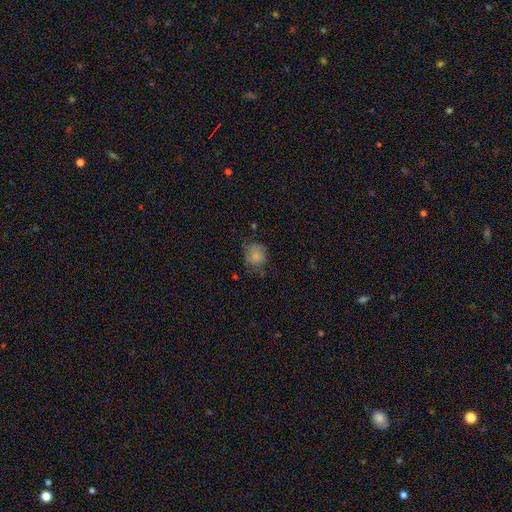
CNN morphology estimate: A smooth galaxy with no disk features (74%) that is round (74%).

Vote fractions:
- Smooth or featured? smooth: 74% / featured or disk: 16% / star or artifact: 10%
- How rounded? round: 74% / in between: 26% / cigar-shaped: 1%
- Merging? none: 59% / minor disturbance: 28% / major disturbance: 11% / merger: 2%